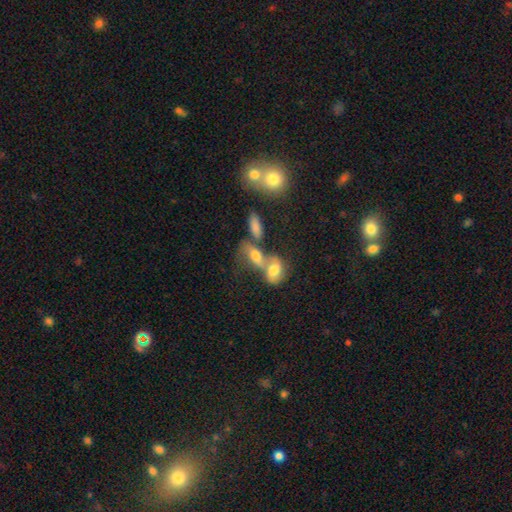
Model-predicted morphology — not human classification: smooth 57%, featured or disk 29%, star or artifact 14%. Down the decision tree: how rounded — in between (77%); merging — merger (61%).